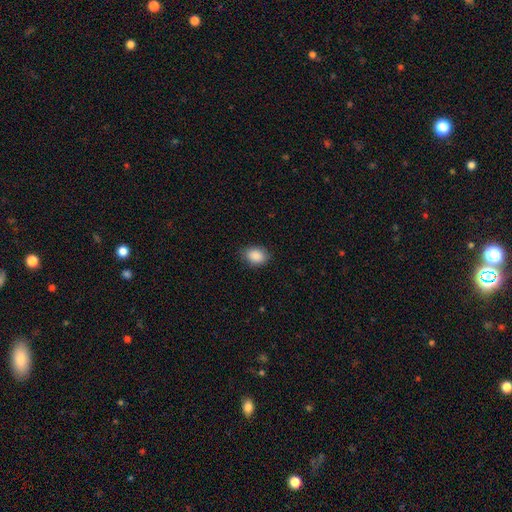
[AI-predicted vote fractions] This is clearly a smooth galaxy (89%). How rounded: likely in between (68%). Merging: clearly none (84%).